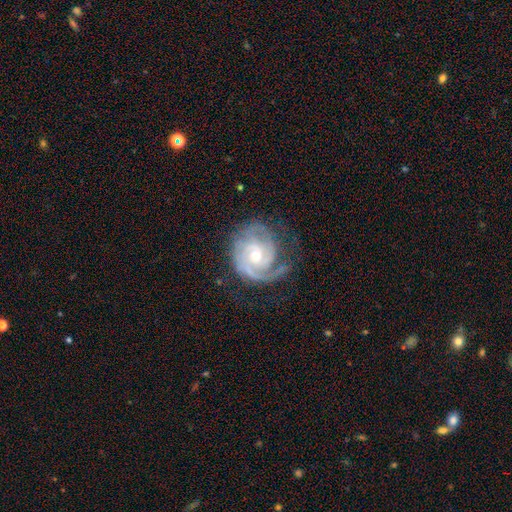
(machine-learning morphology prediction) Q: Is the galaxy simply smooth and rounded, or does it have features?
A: featured or disk — 89%.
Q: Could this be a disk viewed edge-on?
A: no — 98%.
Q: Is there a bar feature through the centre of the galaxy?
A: no — 66%.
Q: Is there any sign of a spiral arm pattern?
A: yes — 97%.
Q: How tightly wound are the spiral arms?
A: tight — 62%.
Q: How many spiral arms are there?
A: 2 — 37%.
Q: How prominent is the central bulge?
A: small — 54%.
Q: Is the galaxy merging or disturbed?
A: none — 64%.